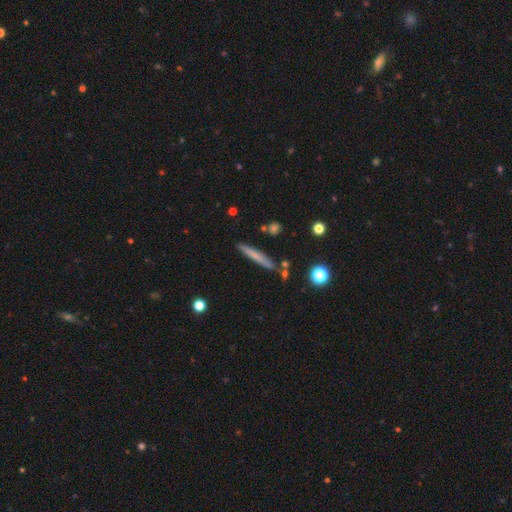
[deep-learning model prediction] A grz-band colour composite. It shows a smooth galaxy with no disk features (61%) that is cigar-shaped (94%). Merging: none (83%).